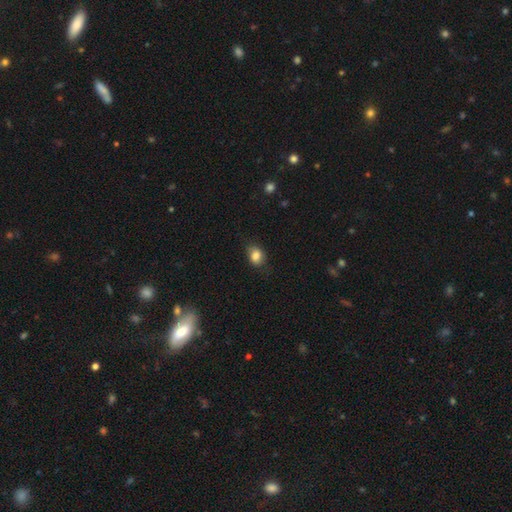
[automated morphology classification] The model was most divided on "how rounded": in between: 61%, round: 38%, cigar-shaped: 1%. More confident: smooth or featured — smooth (84%); merging — none (71%).